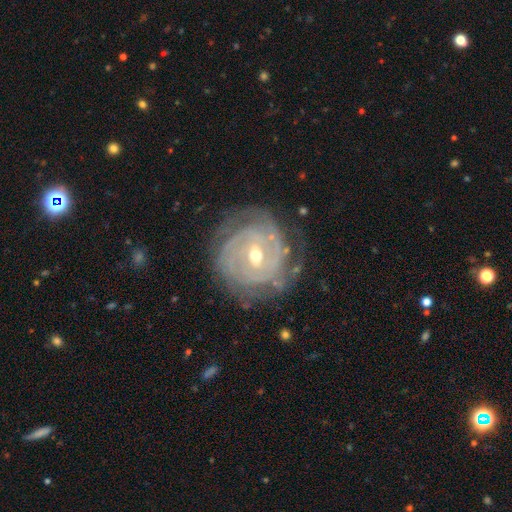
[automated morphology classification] A featured or disk galaxy (87%) with a weak bar (47%), tight (79%) spiral arms (94%) and a moderate central bulge (54%). Merging: none (73%).